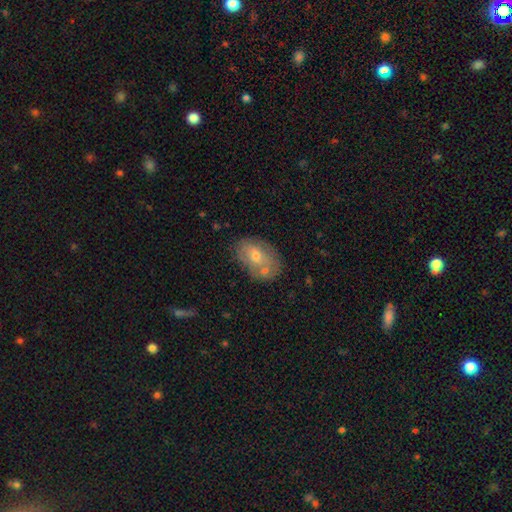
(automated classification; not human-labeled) A smooth galaxy with no disk features (58%) that is in between round and cigar-shaped (83%). Merging: none (54%).